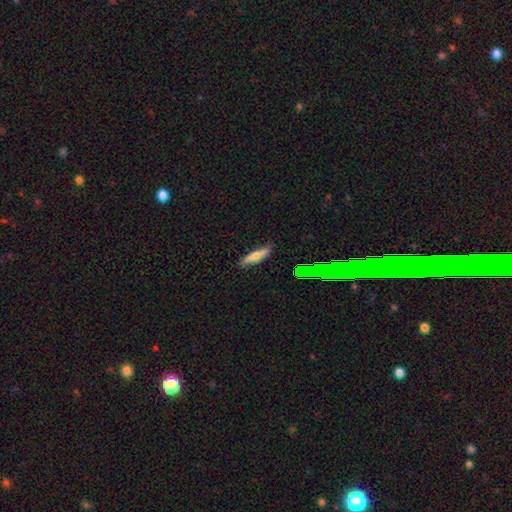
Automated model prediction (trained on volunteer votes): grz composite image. It shows a smooth galaxy with no disk features (68%) that is cigar-shaped (78%). Merging: none (83%).